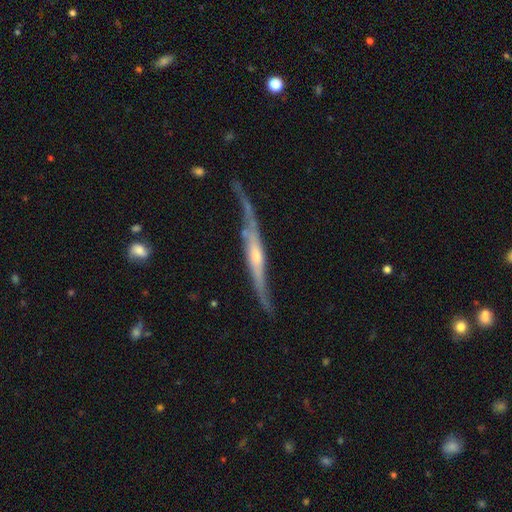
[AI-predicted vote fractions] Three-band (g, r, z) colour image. It shows a featured or disk galaxy (78%) viewed edge-on (81%) with a rounded central bulge (58%). Merging: none (46%).